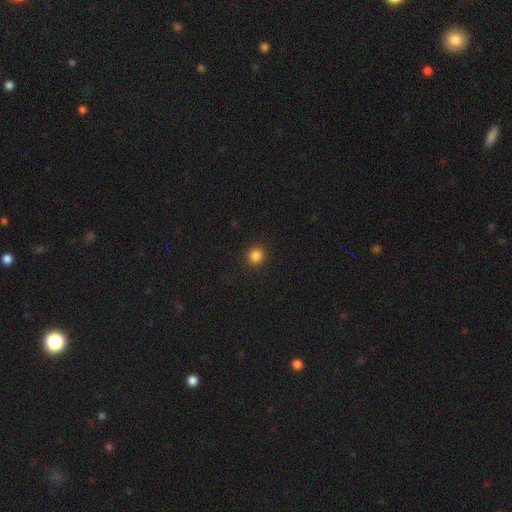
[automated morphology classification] This appears to be a smooth galaxy with no disk features (84%) that is round (91%). Merging: none (92%).